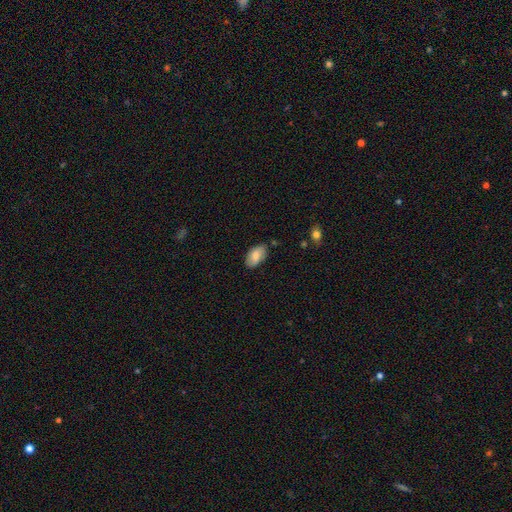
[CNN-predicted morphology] Overall: smooth (79%). How rounded: in between (95%). Merging: none (81%).